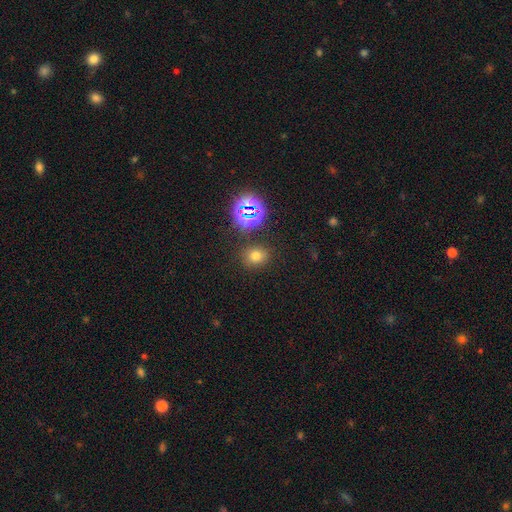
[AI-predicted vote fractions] This appears to be a smooth galaxy with no disk features (67%) that is round (66%). Merging: none (84%).